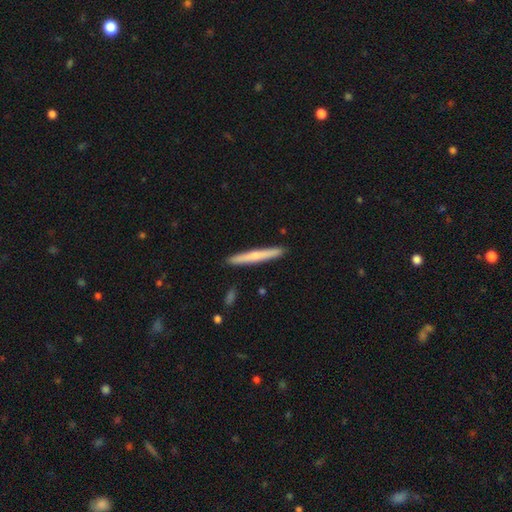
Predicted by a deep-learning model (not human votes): This is possibly a smooth galaxy (55%). How rounded: clearly cigar-shaped (96%). Merging: clearly none (92%).